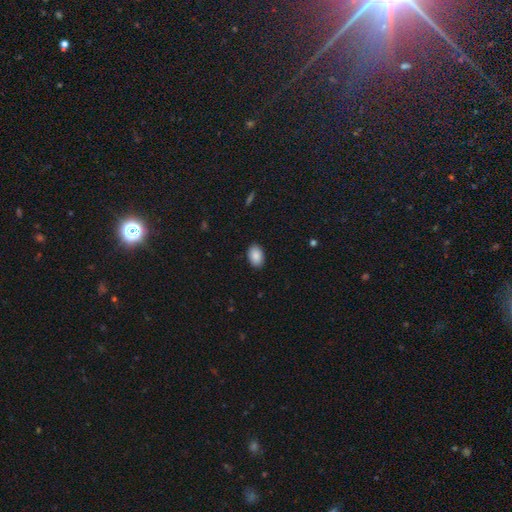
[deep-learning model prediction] smooth_or_featured: smooth (p=0.89) [alt: star or artifact p=0.07]
how_rounded: in between (p=0.89) [alt: round p=0.10]
merging: none (p=0.89) [alt: minor disturbance p=0.08]